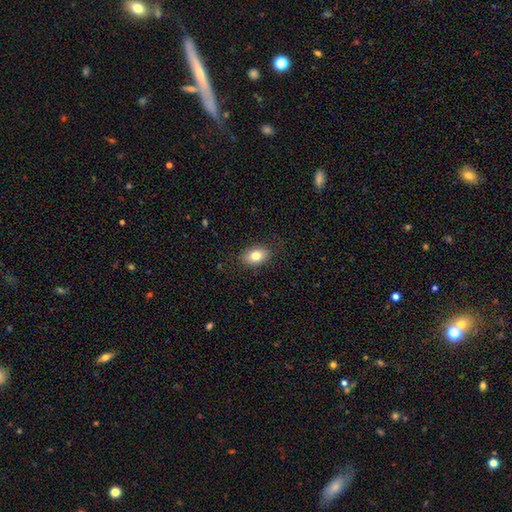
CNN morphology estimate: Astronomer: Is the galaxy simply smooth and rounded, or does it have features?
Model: smooth — 80%.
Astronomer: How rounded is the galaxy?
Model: in between — 84%.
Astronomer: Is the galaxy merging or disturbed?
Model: none — 86%.